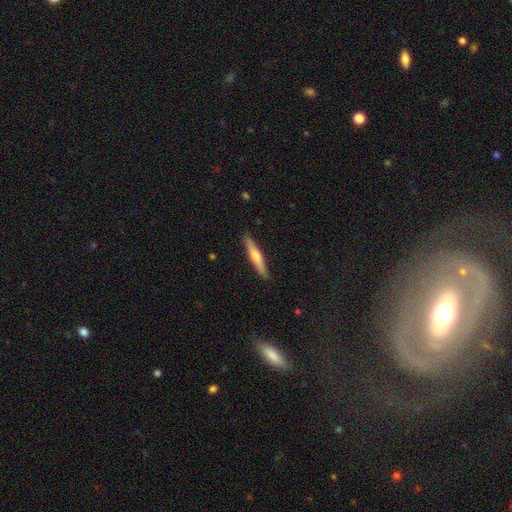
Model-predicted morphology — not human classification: This is possibly a featured or disk galaxy (51%). It is clearly viewed edge-on (96%). Merging: clearly none (90%).